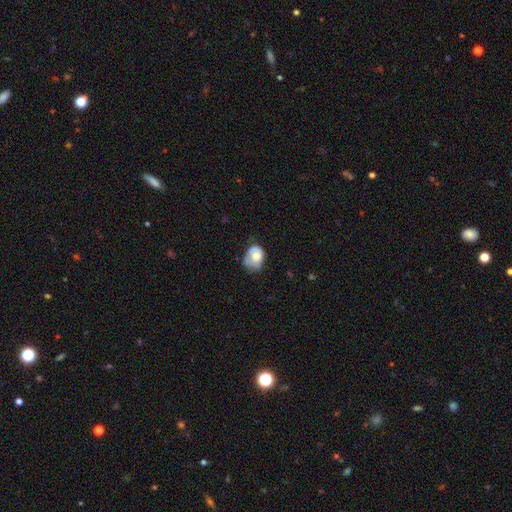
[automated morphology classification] Smooth or featured: smooth — 67% (featured or disk — 25%)
How rounded: in between — 63% (round — 36%)
Merging: minor disturbance — 41% (none — 37%)